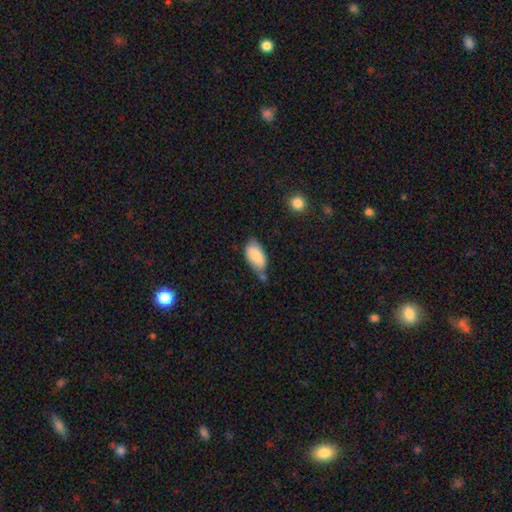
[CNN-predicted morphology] This appears to be a smooth galaxy with no disk features (81%) that is in between round and cigar-shaped (93%). Merging: none (51%).